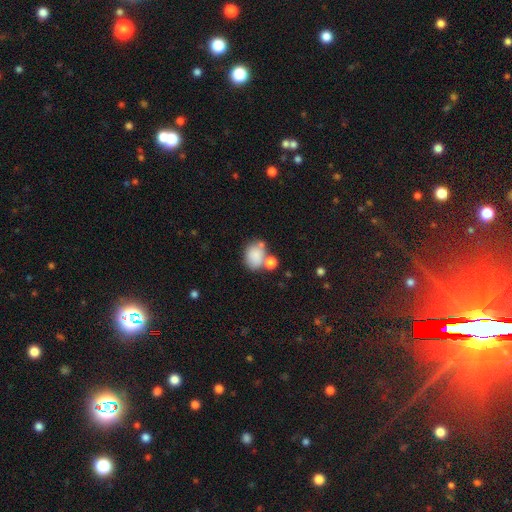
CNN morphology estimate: A smooth galaxy with no disk features (81%) that is in between round and cigar-shaped (61%).

Vote fractions:
- Smooth or featured? smooth: 81% / featured or disk: 10% / star or artifact: 9%
- How rounded? in between: 61% / round: 38% / cigar-shaped: 1%
- Merging? none: 41% / merger: 36% / minor disturbance: 16% / major disturbance: 7%